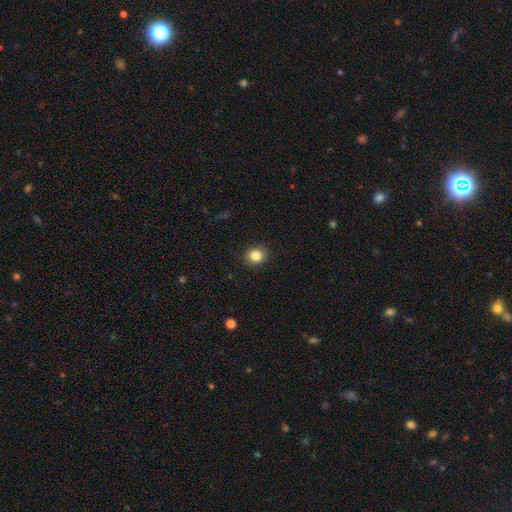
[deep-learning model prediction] Smooth or featured? smooth (85%)
How rounded? round (84%)
Merging? none (90%)